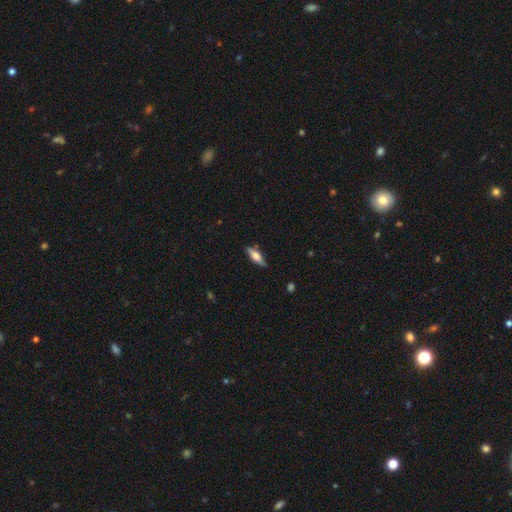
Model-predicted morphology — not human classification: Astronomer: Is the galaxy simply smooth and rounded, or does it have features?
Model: smooth — 51% (runner-up: featured or disk, 43%).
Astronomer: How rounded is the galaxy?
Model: cigar-shaped — 53% (runner-up: in between, 45%).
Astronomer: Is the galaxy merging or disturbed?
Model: none — 81%.